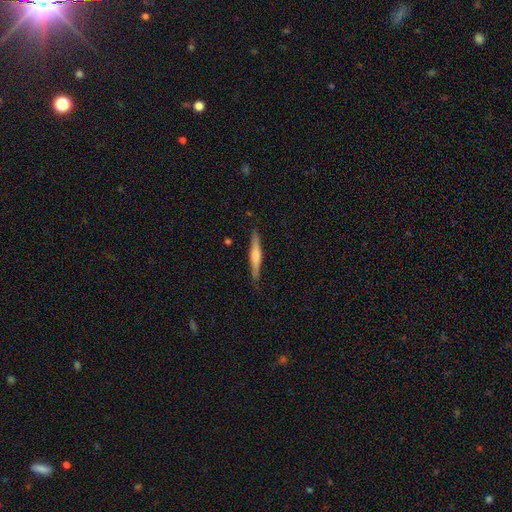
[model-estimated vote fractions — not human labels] A smooth galaxy with no disk features (49%). Merging: none (87%).